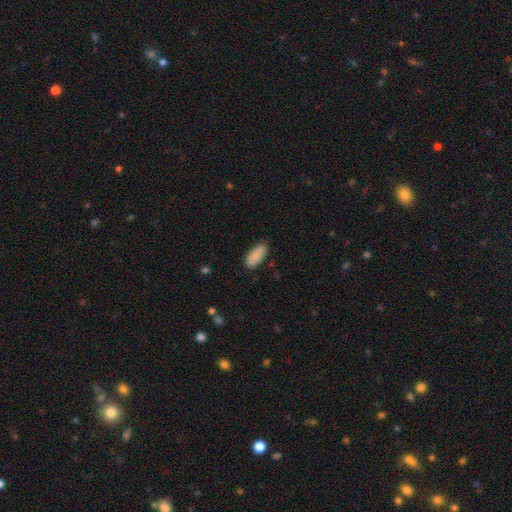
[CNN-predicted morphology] A smooth galaxy with no disk features (90%) that is in between round and cigar-shaped (83%).

Vote fractions:
- Smooth or featured? smooth: 90% / star or artifact: 6% / featured or disk: 4%
- How rounded? in between: 83% / cigar-shaped: 16% / round: 2%
- Merging? none: 84% / minor disturbance: 13% / major disturbance: 2% / merger: 1%